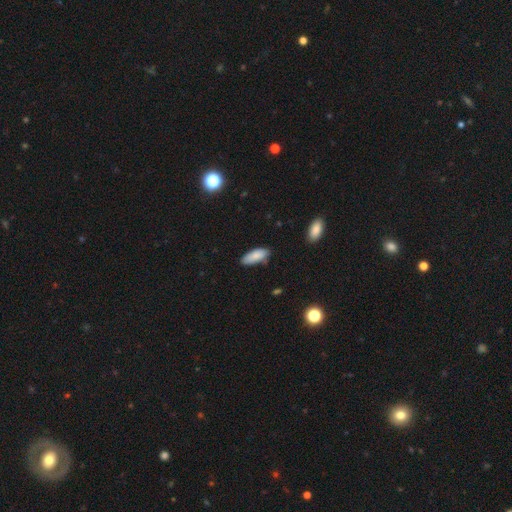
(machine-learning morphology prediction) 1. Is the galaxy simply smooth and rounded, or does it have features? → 86% smooth, 7% featured or disk, 6% star or artifact.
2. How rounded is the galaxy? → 80% in between, 18% cigar-shaped, 2% round.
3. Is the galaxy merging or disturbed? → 77% none, 18% minor disturbance, 3% major disturbance, 2% merger.